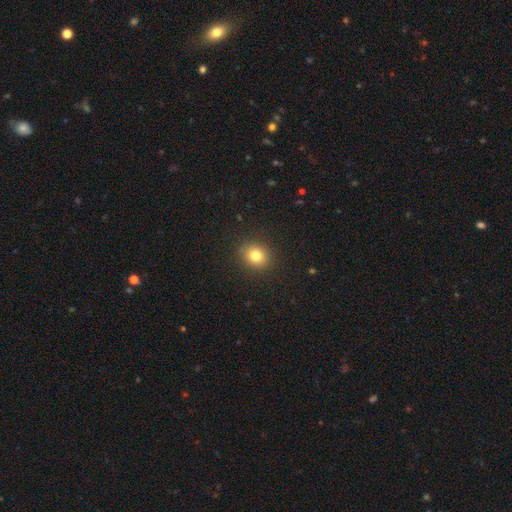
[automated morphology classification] smooth-or-featured: smooth: 79% | star or artifact: 13% | featured or disk: 8%
  how-rounded: round: 74% | in between: 25% | cigar-shaped: 1%
  merging: none: 89% | minor disturbance: 7% | major disturbance: 2% | merger: 1%